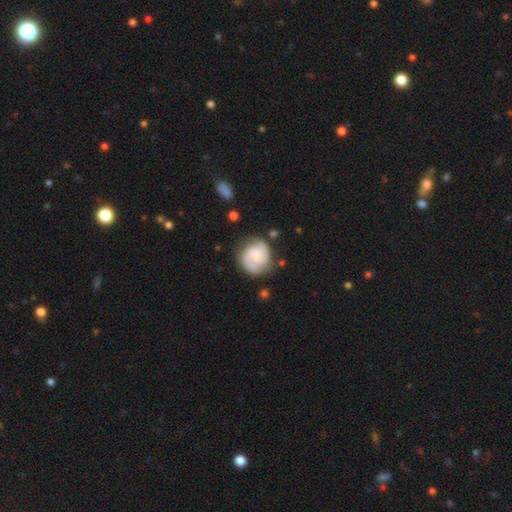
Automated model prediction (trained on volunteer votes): Morphology: type=featured or disk (54%); edge-on=no (98%); bar=no (62%); spiral arms=yes (87%); bulge=small (36%); merging=none (63%).